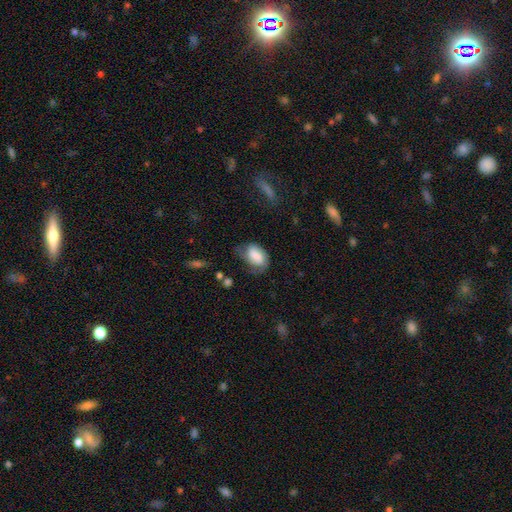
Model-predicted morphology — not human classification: The model was most divided on "merging": none: 40%, minor disturbance: 34%, major disturbance: 23%, merger: 3%. More confident: how rounded — in between (88%); smooth or featured — smooth (65%).